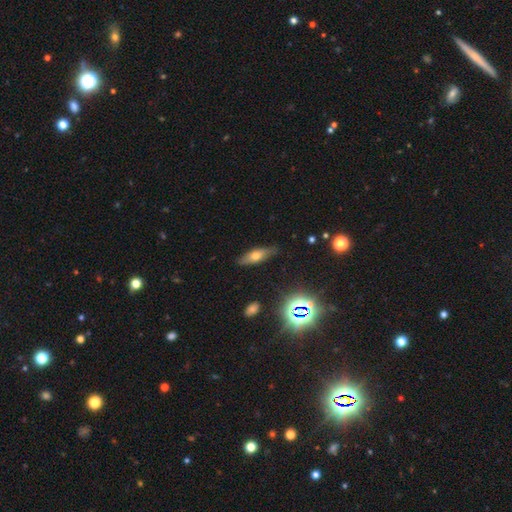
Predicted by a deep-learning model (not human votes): Smooth or featured: smooth — 52% (featured or disk — 34%)
How rounded: in between — 56% (cigar-shaped — 40%)
Merging: none — 83% (minor disturbance — 13%)